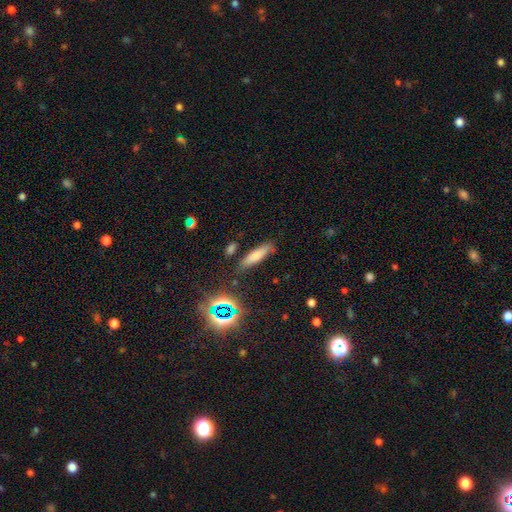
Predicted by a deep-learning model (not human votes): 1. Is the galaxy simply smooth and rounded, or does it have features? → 67% smooth, 20% featured or disk, 13% star or artifact.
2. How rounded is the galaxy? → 69% cigar-shaped, 28% in between, 3% round.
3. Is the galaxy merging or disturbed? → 79% none, 13% minor disturbance, 4% merger, 3% major disturbance.